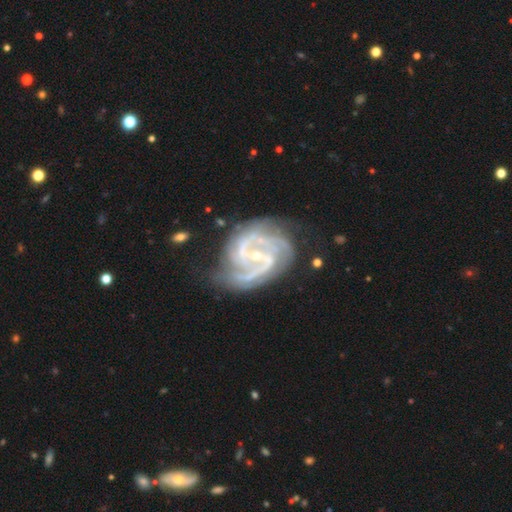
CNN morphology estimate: The model was most divided on "bar": weak: 43%, strong: 31%, no: 27%. More confident: edge-on disk — no (98%); spiral arms — yes (98%); smooth or featured — featured or disk (91%); bulge size — small (77%); merging — none (62%); spiral winding — medium (51%); spiral arm count — 2 (51%).